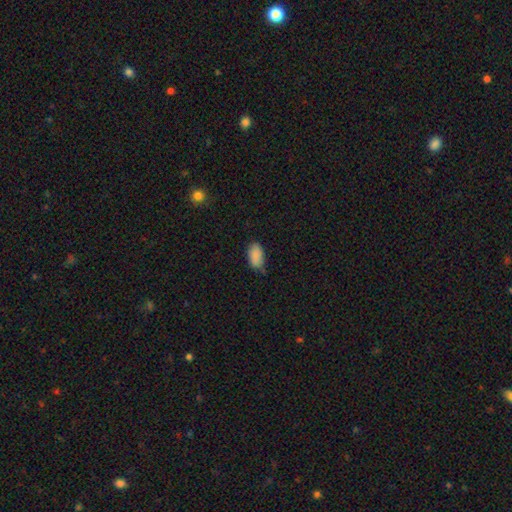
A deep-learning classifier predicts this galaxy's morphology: Smooth or featured? smooth (88%)
How rounded? in between (94%)
Merging? none (72%)